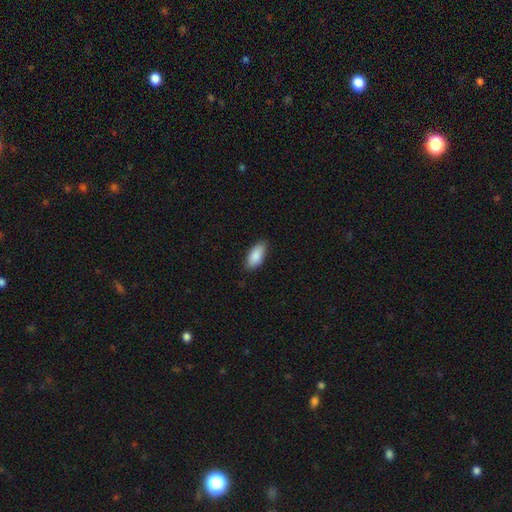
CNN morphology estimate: smooth 89%, star or artifact 6%, featured or disk 6%. Down the decision tree: how rounded — in between (89%); merging — none (86%).